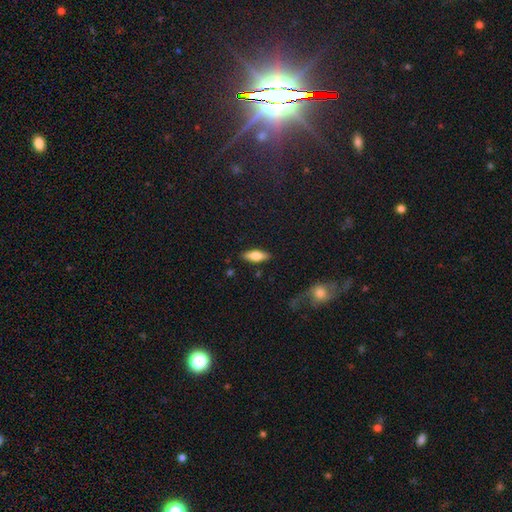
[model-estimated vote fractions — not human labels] smooth 70%, featured or disk 24%, star or artifact 6%. Down the decision tree: how rounded — in between (68%); merging — none (86%).